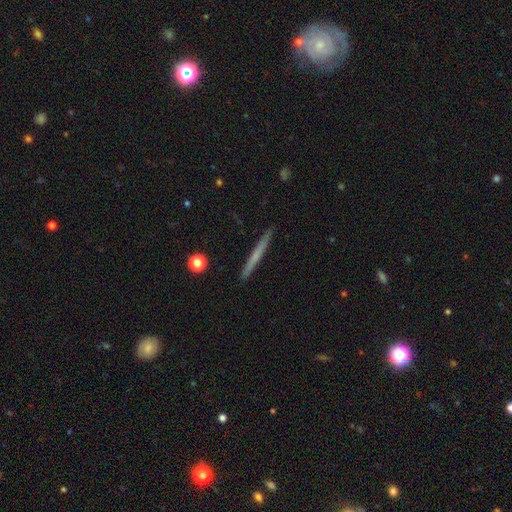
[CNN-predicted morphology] smooth_or_featured: smooth (p=0.52) [alt: featured or disk p=0.42]
how_rounded: cigar-shaped (p=0.97) [alt: in between p=0.02]
merging: none (p=0.92) [alt: minor disturbance p=0.06]